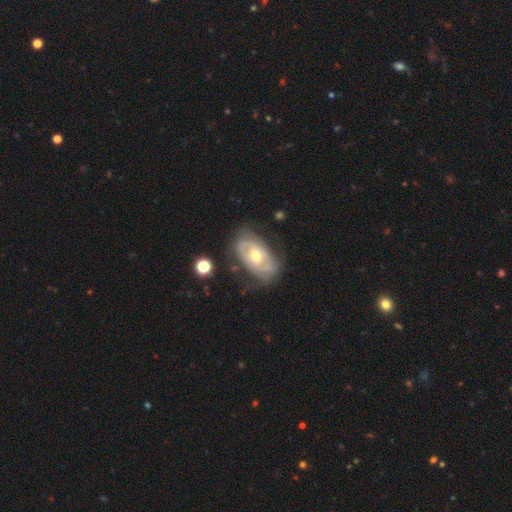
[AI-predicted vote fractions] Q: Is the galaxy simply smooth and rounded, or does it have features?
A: featured or disk — 78%.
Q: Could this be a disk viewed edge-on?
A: no — 95%.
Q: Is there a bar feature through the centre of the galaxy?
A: no — 67%.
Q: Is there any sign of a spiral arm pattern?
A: yes — 80%.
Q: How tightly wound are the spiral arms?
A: tight — 58%.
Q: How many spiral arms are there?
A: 2 — 49%.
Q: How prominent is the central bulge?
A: moderate — 67%.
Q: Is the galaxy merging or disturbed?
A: none — 68%.